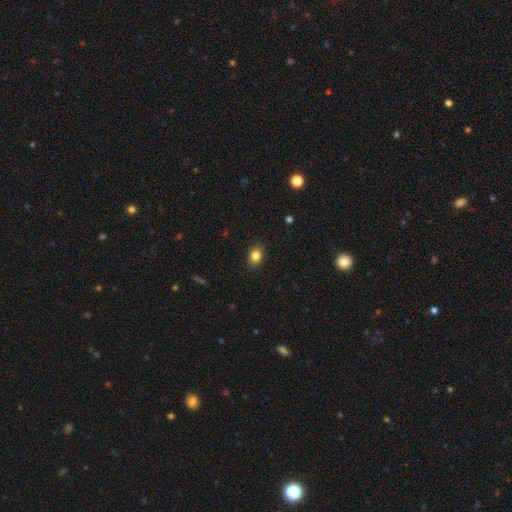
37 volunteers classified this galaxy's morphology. smooth_or_featured: smooth (p=0.89) [alt: featured or disk p=0.05]
how_rounded: in between (p=0.67) [alt: round p=0.33]
merging: none (p=0.89) [alt: minor disturbance p=0.06]